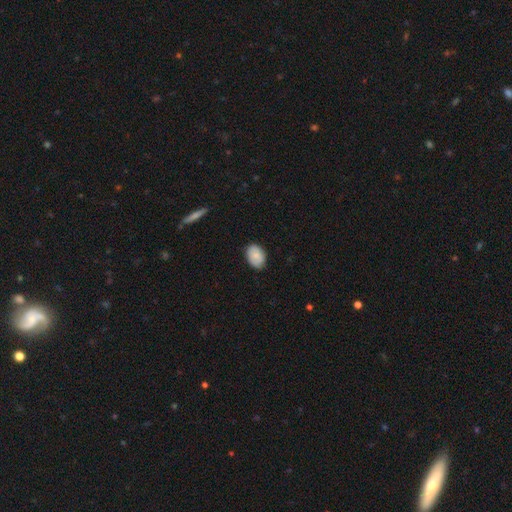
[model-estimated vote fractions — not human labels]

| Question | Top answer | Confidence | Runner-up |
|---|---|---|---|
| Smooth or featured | smooth | 83% | featured or disk (10%) |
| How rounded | in between | 83% | round (16%) |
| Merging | none | 85% | minor disturbance (12%) |